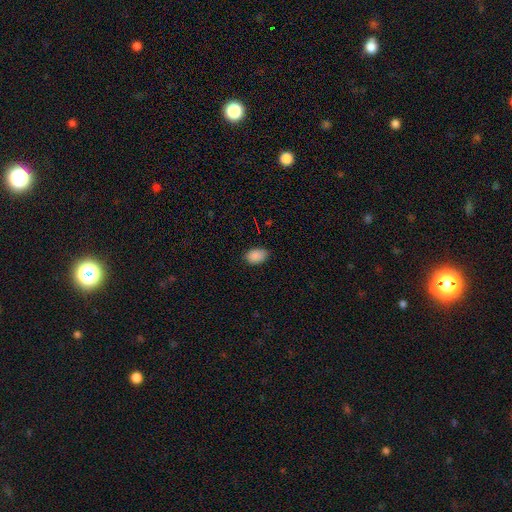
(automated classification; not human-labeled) This appears to be a smooth galaxy with no disk features (88%) that is in between round and cigar-shaped (86%). Merging: none (81%).